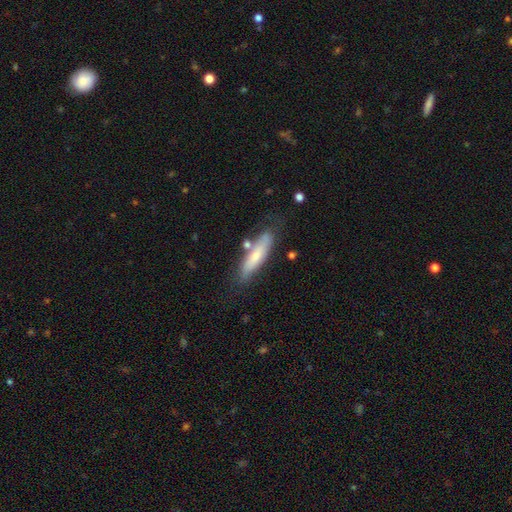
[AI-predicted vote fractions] Smooth or featured? smooth (64%)
How rounded? cigar-shaped (70%)
Merging? none (68%)